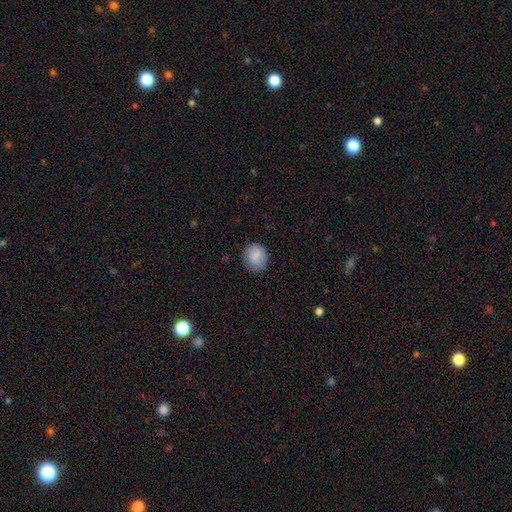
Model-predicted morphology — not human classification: smooth-or-featured: smooth: 85% | star or artifact: 7% | featured or disk: 7%
  how-rounded: round: 68% | in between: 31% | cigar-shaped: 1%
  merging: none: 81% | minor disturbance: 15% | major disturbance: 3% | merger: 1%